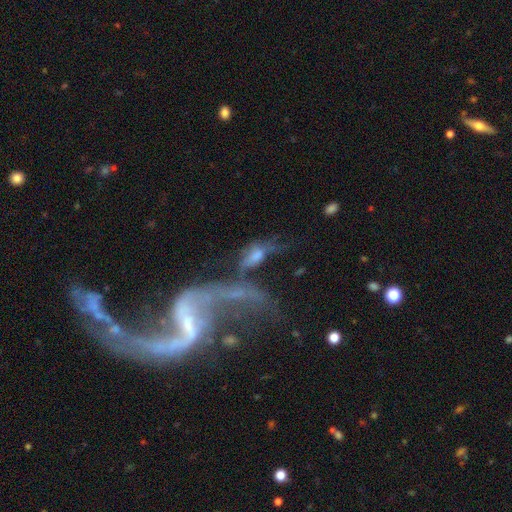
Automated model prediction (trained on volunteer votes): Smooth or featured? featured or disk (57%)
Edge-on disk? no (86%)
Merging? merger (52%)